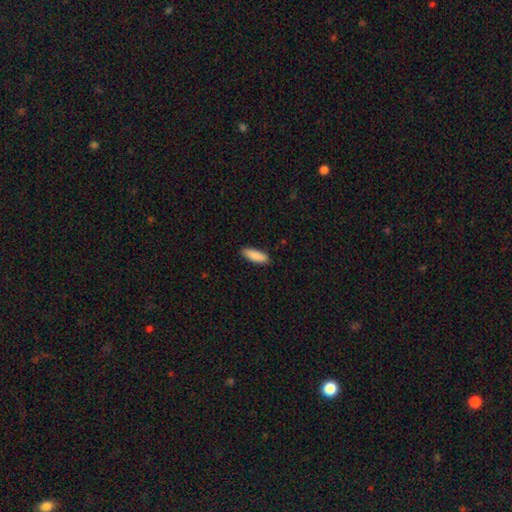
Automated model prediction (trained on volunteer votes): smooth 89%, star or artifact 6%, featured or disk 6%. Down the decision tree: how rounded — in between (56%); merging — none (87%).